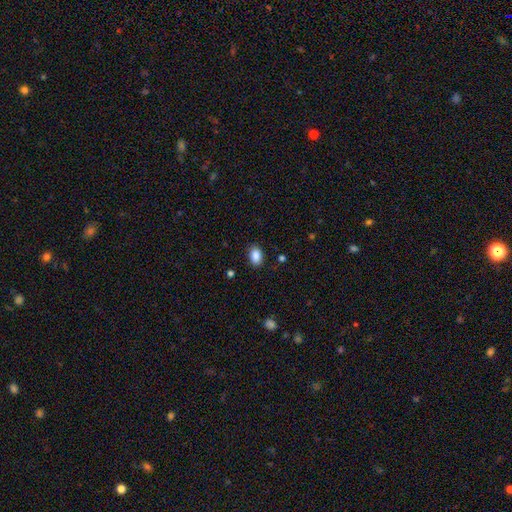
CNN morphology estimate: Smooth or featured? smooth (88%)
How rounded? in between (84%)
Merging? none (87%)